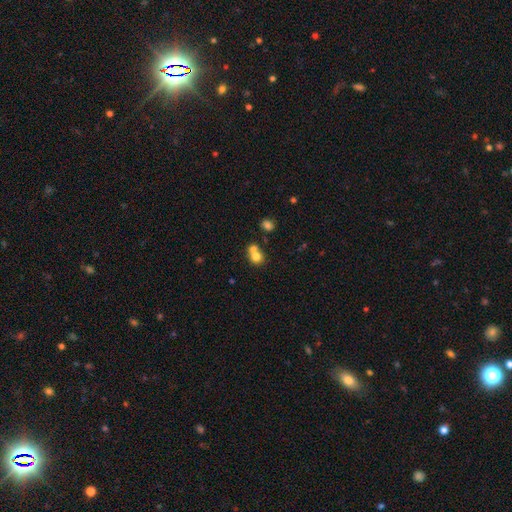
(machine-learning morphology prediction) Q: Smooth or featured?
A: smooth (74%); runner-up: featured or disk (14%)
Q: How rounded?
A: round (78%); runner-up: in between (21%)
Q: Merging?
A: merger (54%); runner-up: none (37%)